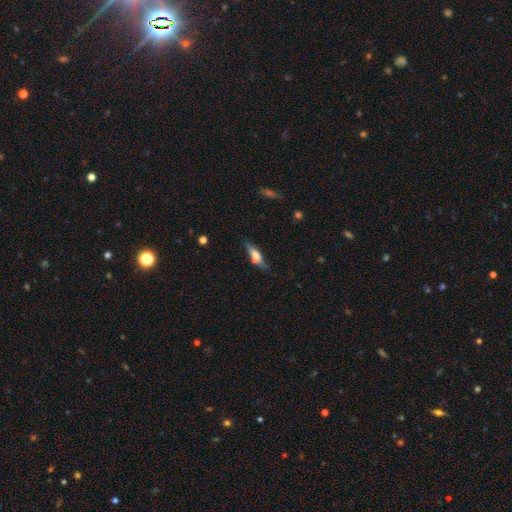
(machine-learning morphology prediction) Overall: smooth (52%; featured or disk 40%). How rounded: cigar-shaped (68%; in between 29%). Merging: none (63%).